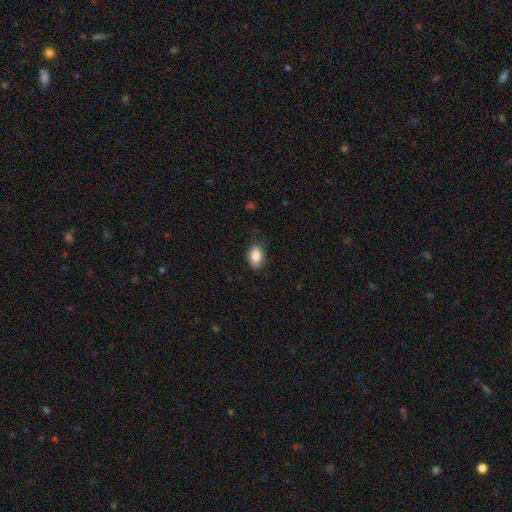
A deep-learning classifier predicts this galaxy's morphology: Smooth or featured? Predicted: smooth (p=0.86). How rounded? Predicted: in between (p=0.88). Merging? Predicted: none (p=0.82).